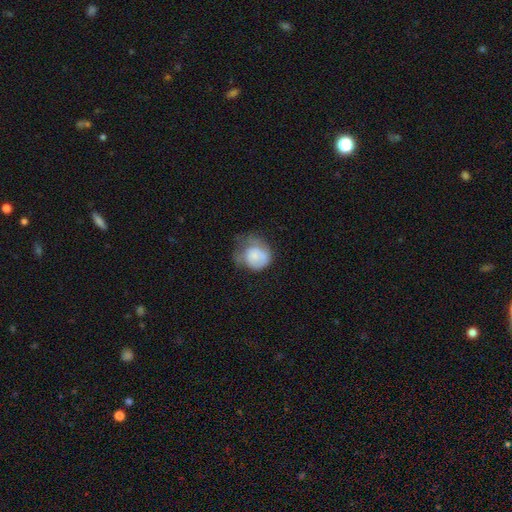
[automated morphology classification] smooth-or-featured: smooth: 67% | featured or disk: 25% | star or artifact: 8%
  how-rounded: round: 72% | in between: 27% | cigar-shaped: 1%
  merging: major disturbance: 36% | minor disturbance: 35% | none: 26% | merger: 3%